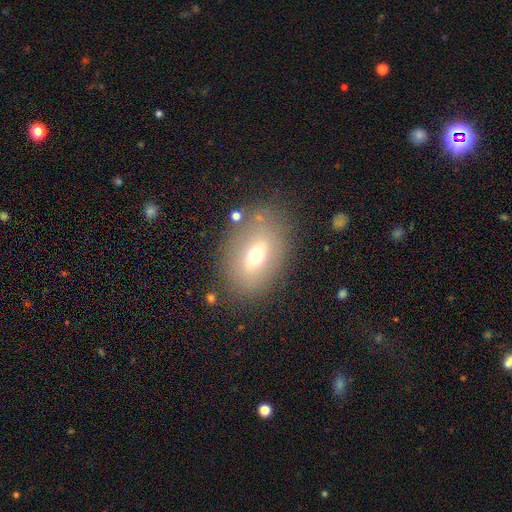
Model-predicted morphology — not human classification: type=smooth (57%); roundness=in between (73%); merging=none (78%).